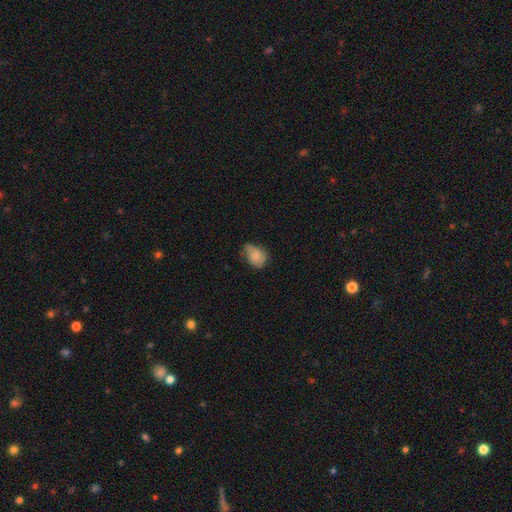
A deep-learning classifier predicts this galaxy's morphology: Smooth or featured: smooth — 72% (featured or disk — 21%)
How rounded: in between — 77% (round — 22%)
Merging: none — 45% (minor disturbance — 41%)